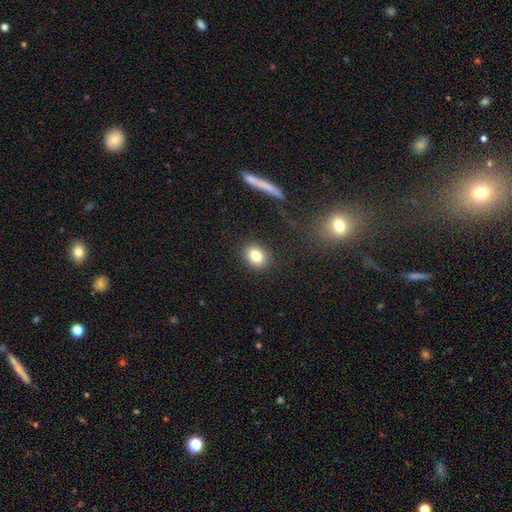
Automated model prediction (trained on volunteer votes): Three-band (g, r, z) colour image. It shows a smooth galaxy with no disk features (81%) that is round (62%). Merging: none (89%).